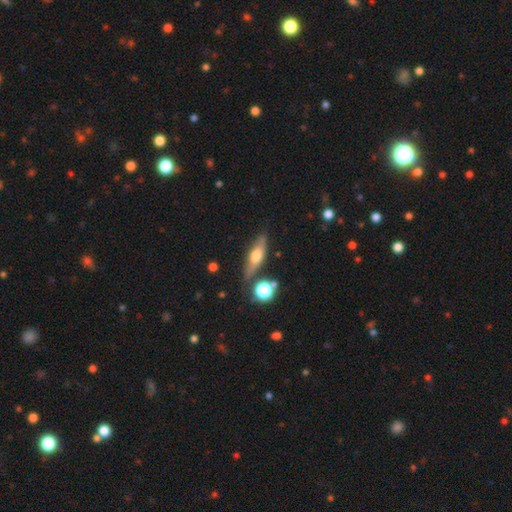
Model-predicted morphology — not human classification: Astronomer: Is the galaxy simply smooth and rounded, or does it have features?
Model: featured or disk — 46% (runner-up: smooth, 45%).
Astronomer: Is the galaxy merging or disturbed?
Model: none — 77%.